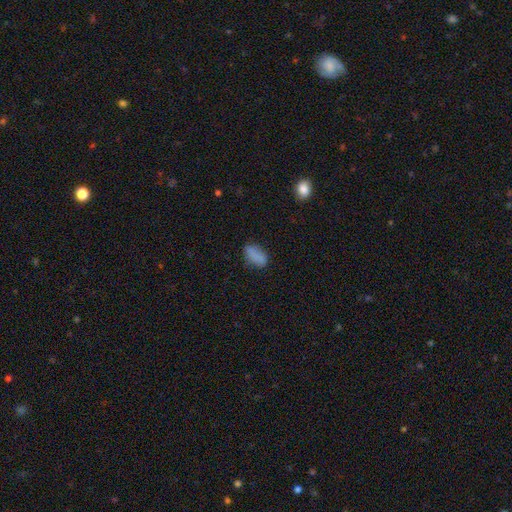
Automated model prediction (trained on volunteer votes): smooth 83%, star or artifact 10%, featured or disk 7%. Down the decision tree: how rounded — in between (91%); merging — none (72%).